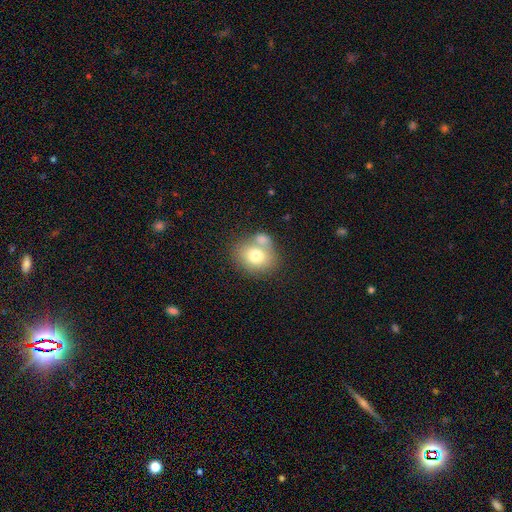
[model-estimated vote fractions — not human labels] Smooth or featured: smooth — 73% (featured or disk — 18%)
How rounded: round — 58% (in between — 41%)
Merging: none — 46% (merger — 37%)